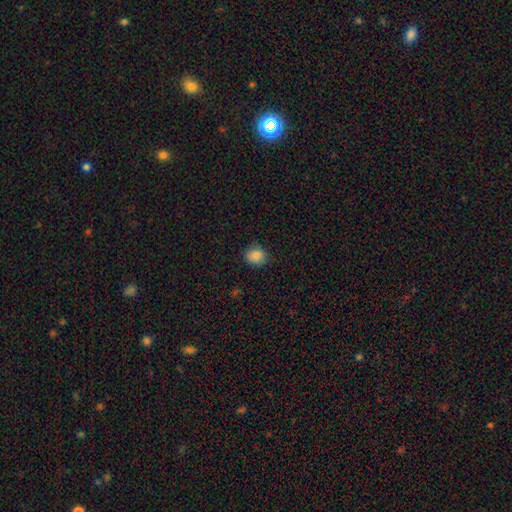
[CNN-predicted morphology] A smooth galaxy with no disk features (85%) that is round (69%). Merging: none (81%).